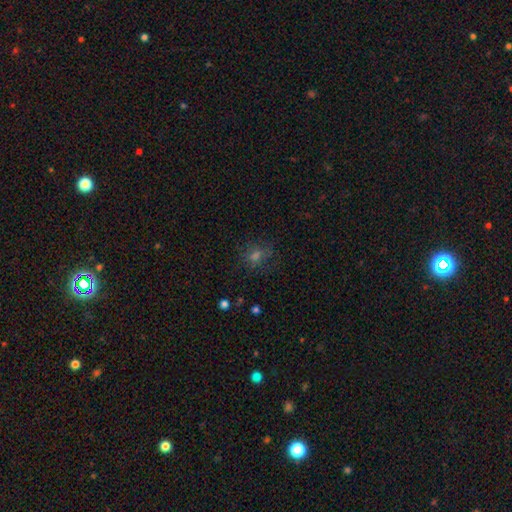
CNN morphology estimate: A smooth galaxy with no disk features (54%) that is round (70%). Merging: none (74%).